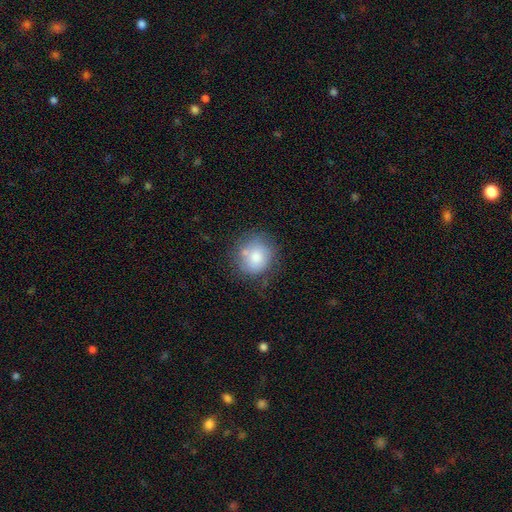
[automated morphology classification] Smooth or featured: smooth — 76% (featured or disk — 16%)
How rounded: round — 82% (in between — 17%)
Merging: none — 62% (minor disturbance — 22%)